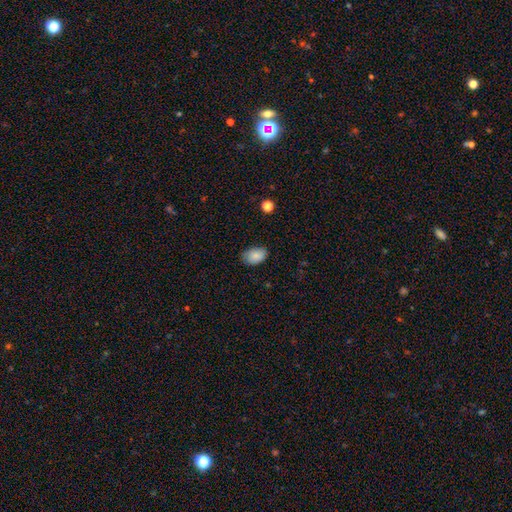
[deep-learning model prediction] Smooth or featured: smooth — 86% (star or artifact — 8%)
How rounded: in between — 87% (round — 12%)
Merging: none — 77% (minor disturbance — 19%)